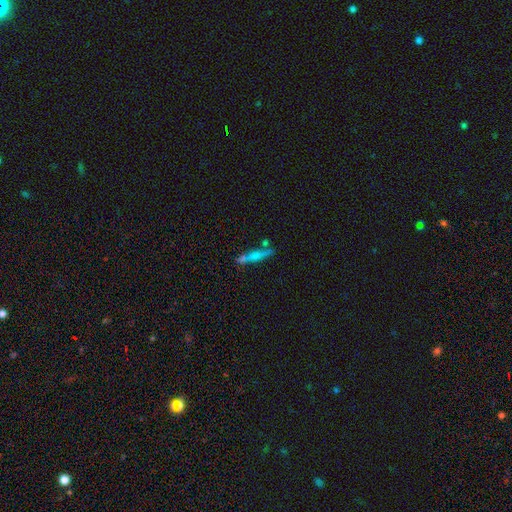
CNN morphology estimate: smooth 58%, featured or disk 30%, star or artifact 11%. Down the decision tree: how rounded — cigar-shaped (81%); merging — none (52%).